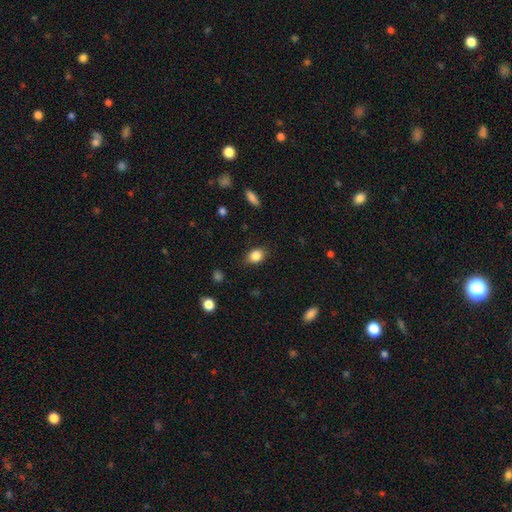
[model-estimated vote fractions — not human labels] Overall: smooth (85%). How rounded: in between (71%). Merging: none (83%).